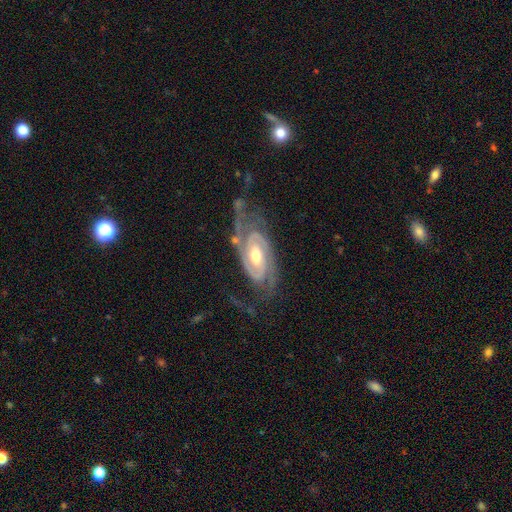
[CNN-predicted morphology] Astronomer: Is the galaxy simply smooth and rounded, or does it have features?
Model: featured or disk — 92%.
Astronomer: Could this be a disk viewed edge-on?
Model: no — 96%.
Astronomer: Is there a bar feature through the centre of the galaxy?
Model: weak — 40% (runner-up: no, 38%).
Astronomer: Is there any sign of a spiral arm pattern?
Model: yes — 98%.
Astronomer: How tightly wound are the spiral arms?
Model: tight — 58% (runner-up: medium, 34%).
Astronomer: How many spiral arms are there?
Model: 2 — 84%.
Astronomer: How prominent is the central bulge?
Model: moderate — 73%.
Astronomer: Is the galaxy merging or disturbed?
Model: none — 62%.